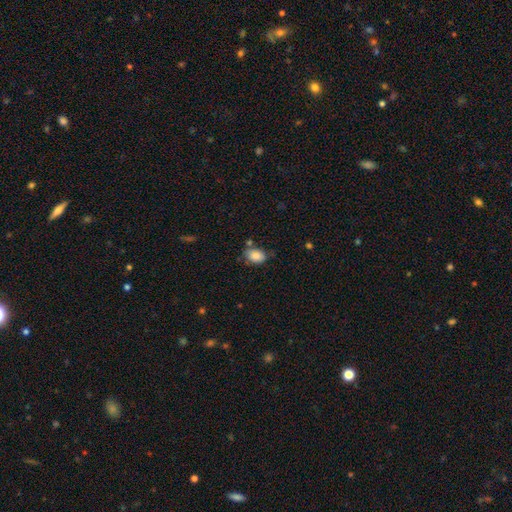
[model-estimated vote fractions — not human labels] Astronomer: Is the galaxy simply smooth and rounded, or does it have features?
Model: smooth — 85%.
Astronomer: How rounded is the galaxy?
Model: in between — 83%.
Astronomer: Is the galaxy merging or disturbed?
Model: none — 66%.